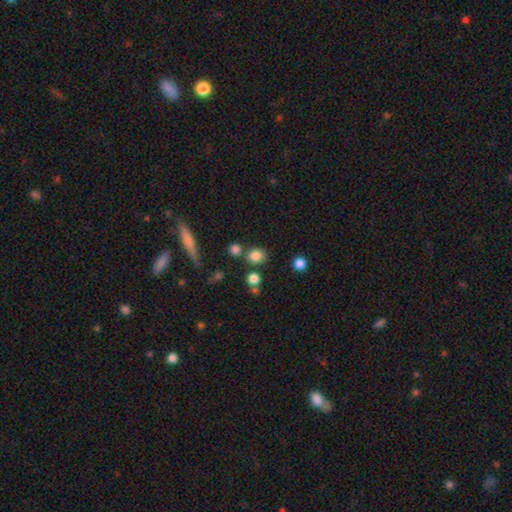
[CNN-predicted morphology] Smooth or featured? Predicted: smooth (p=0.81). How rounded? Predicted: round (p=0.79). Merging? Predicted: none (p=0.75).